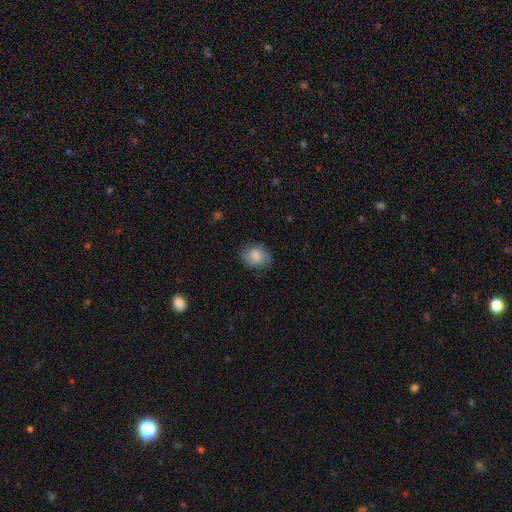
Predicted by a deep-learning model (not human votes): Smooth or featured? Predicted: smooth (p=0.85). How rounded? Predicted: in between (p=0.55). Merging? Predicted: none (p=0.80).